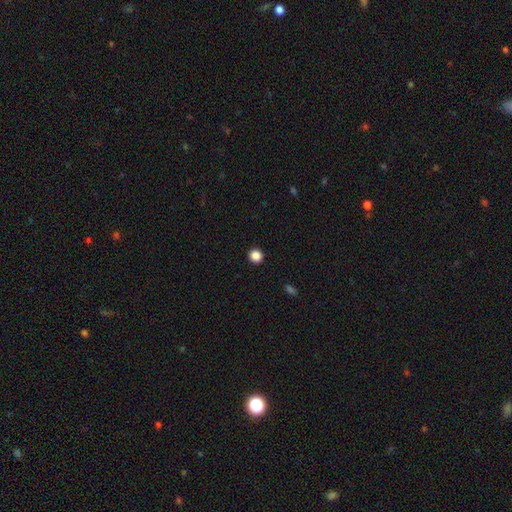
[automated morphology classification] This is clearly a smooth galaxy (87%). How rounded: clearly round (93%). Merging: clearly none (93%).